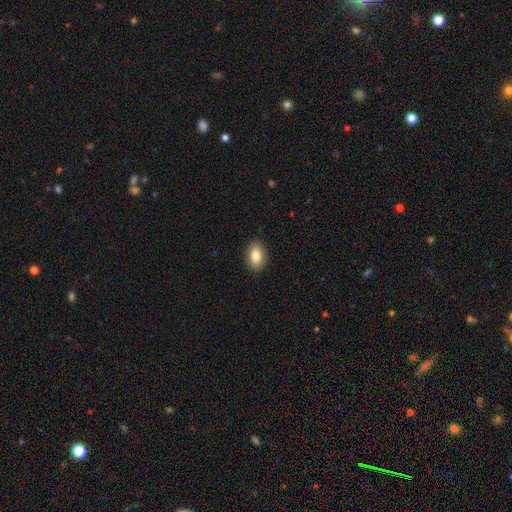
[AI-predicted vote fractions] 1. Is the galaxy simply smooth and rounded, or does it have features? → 84% smooth, 8% featured or disk, 7% star or artifact.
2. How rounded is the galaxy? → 89% in between, 10% round, 2% cigar-shaped.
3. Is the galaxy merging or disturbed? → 89% none, 8% minor disturbance, 2% major disturbance, 1% merger.